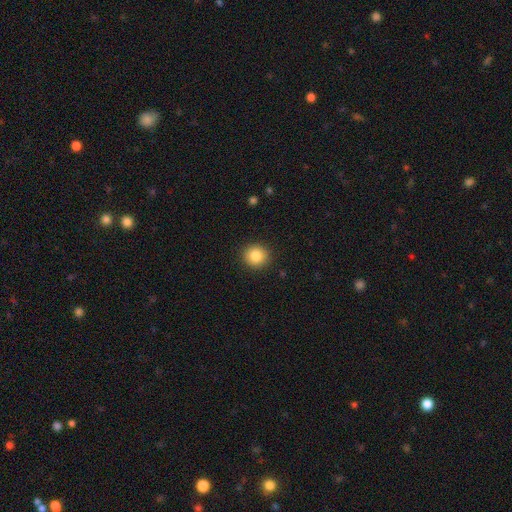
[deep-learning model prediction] Q: Smooth or featured?
A: smooth (84%); runner-up: star or artifact (10%)
Q: How rounded?
A: round (90%); runner-up: in between (9%)
Q: Merging?
A: none (91%); runner-up: minor disturbance (6%)